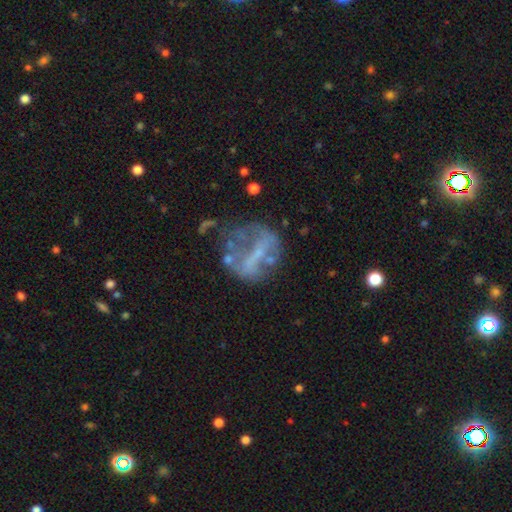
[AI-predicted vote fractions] Overall: featured or disk (61%; smooth 23%). Edge-on disk: no (94%). Bar: no (39%; strong 33%). Spiral arms: no (75%). Bulge size: none (51%; small 37%). Merging: none (41%; major disturbance 29%).